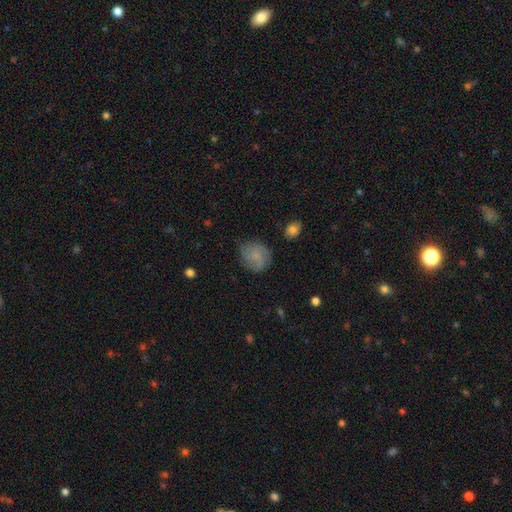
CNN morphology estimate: Smooth or featured: smooth — 63% (featured or disk — 28%)
How rounded: round — 76% (in between — 23%)
Merging: none — 68% (minor disturbance — 24%)